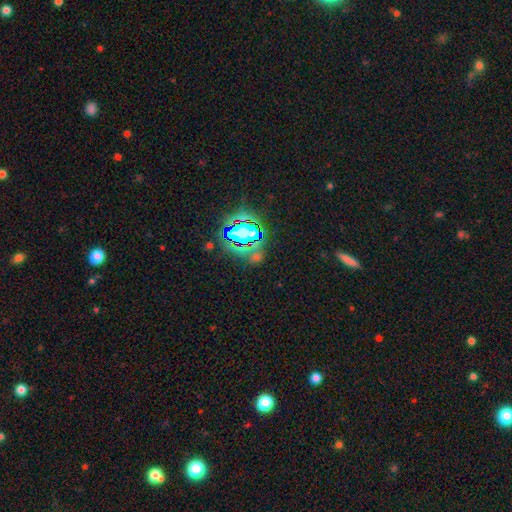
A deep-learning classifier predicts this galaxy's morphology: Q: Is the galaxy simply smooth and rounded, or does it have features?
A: star or artifact — 67%.